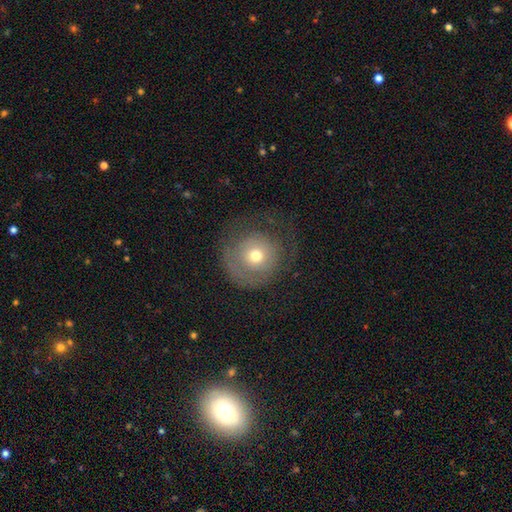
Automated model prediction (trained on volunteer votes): Smooth or featured?
  - smooth: 52% *
  - featured or disk: 38%
  - star or artifact: 10%
How rounded?
  - round: 92% *
  - in between: 7%
  - cigar-shaped: 1%
Merging?
  - none: 57% *
  - major disturbance: 23%
  - minor disturbance: 18%
  - merger: 1%